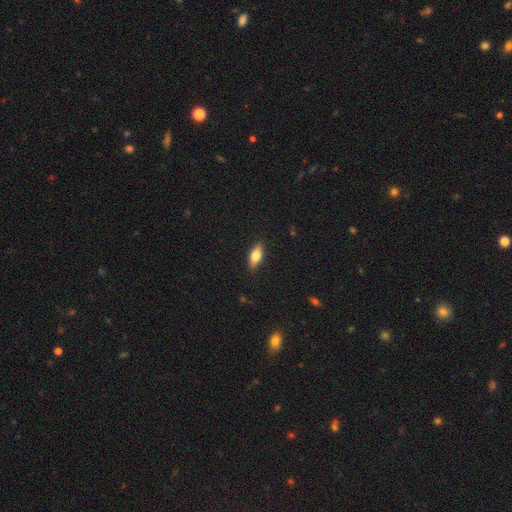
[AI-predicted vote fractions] Smooth or featured? smooth (68%)
How rounded? in between (74%)
Merging? none (88%)